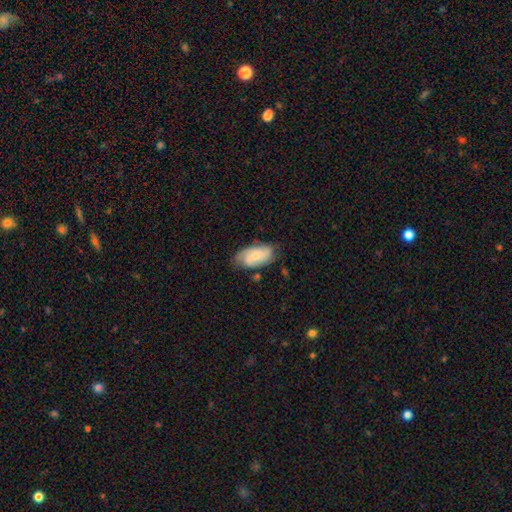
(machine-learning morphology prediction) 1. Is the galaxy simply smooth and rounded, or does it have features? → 54% featured or disk, 39% smooth, 7% star or artifact.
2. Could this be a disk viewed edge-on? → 95% no, 5% yes.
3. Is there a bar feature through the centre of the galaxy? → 55% no, 35% weak, 9% strong.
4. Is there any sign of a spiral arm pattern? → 89% yes, 11% no.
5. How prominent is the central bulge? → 68% small, 21% moderate, 9% none, 2% large, 1% dominant.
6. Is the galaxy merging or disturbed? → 64% none, 25% minor disturbance, 7% major disturbance, 3% merger.